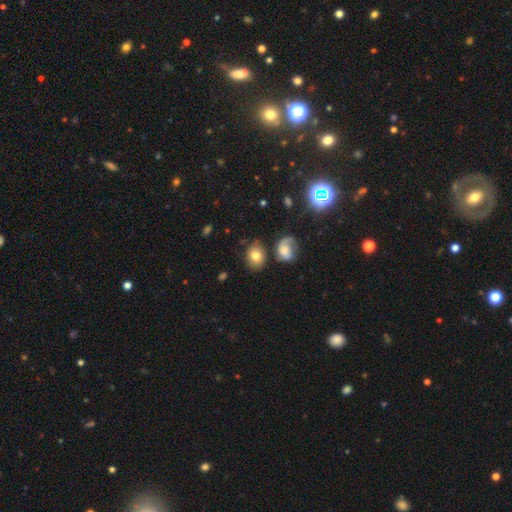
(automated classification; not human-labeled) smooth_or_featured: smooth (p=0.76) [alt: featured or disk p=0.14]
how_rounded: in between (p=0.53) [alt: round p=0.46]
merging: none (p=0.68) [alt: minor disturbance p=0.17]